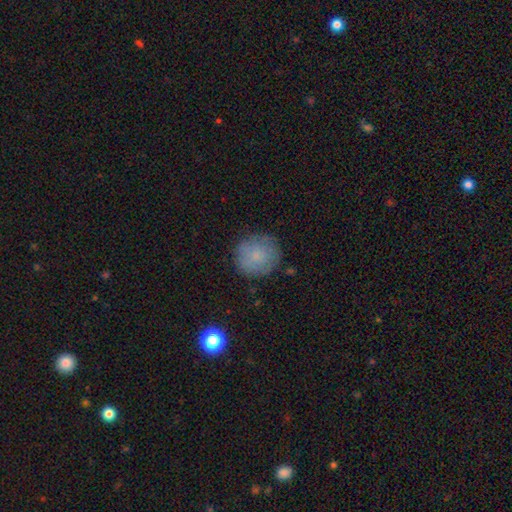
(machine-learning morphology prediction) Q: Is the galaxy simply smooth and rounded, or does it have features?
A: smooth — 78%.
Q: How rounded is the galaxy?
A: round — 91%.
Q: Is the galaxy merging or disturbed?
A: none — 80%.